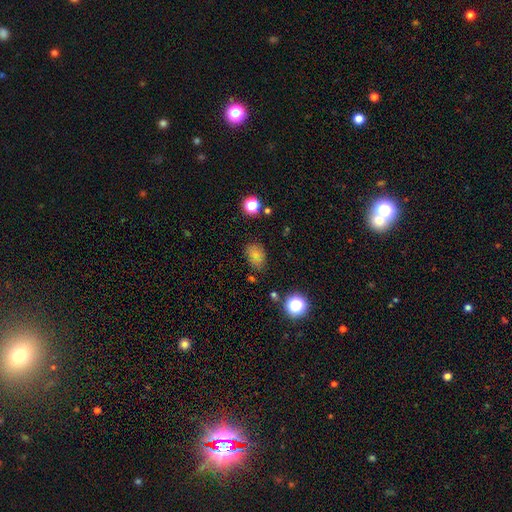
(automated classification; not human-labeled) This appears to be a smooth galaxy with no disk features (71%) that is in between round and cigar-shaped (66%). Merging: none (75%).